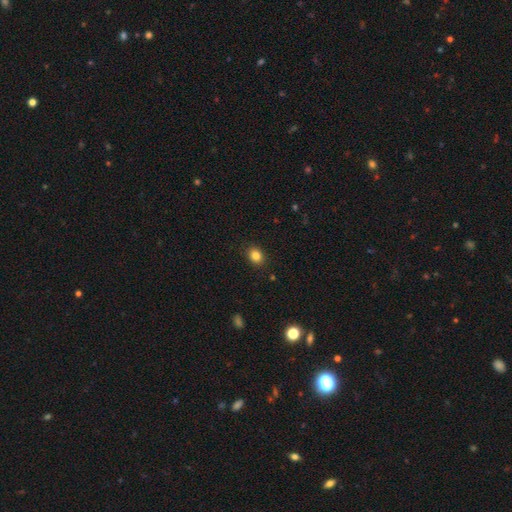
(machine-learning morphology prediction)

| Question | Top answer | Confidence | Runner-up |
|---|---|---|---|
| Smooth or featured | smooth | 84% | star or artifact (10%) |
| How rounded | in between | 51% | round (48%) |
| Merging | none | 89% | minor disturbance (8%) |